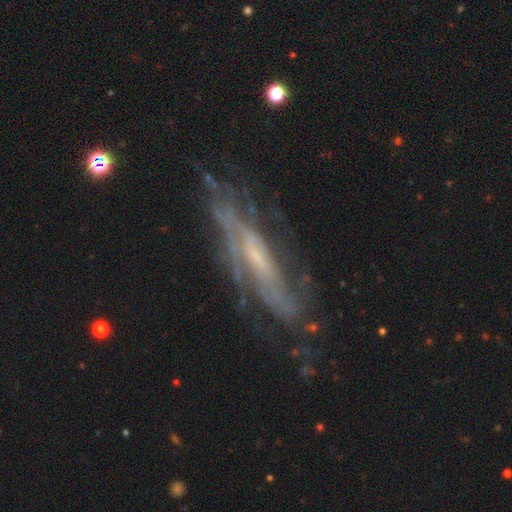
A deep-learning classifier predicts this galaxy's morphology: featured or disk 81%, smooth 11%, star or artifact 8%. Down the decision tree: edge-on disk — no (68%); bar — no (45%); spiral arms — yes (83%); bulge size — small (62%); merging — none (66%).